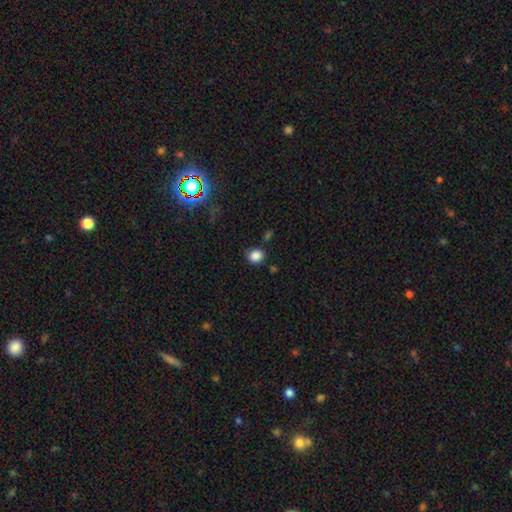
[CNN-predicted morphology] Smooth or featured? Predicted: smooth (p=0.85). How rounded? Predicted: round (p=0.66). Merging? Predicted: none (p=0.79).